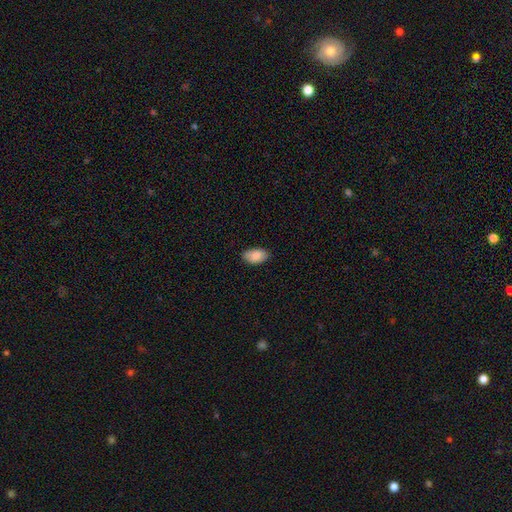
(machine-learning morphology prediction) A smooth galaxy with no disk features (88%) that is in between round and cigar-shaped (94%).

Vote fractions:
- Smooth or featured? smooth: 88% / star or artifact: 7% / featured or disk: 6%
- How rounded? in between: 94% / round: 5% / cigar-shaped: 1%
- Merging? none: 83% / minor disturbance: 14% / major disturbance: 2% / merger: 1%